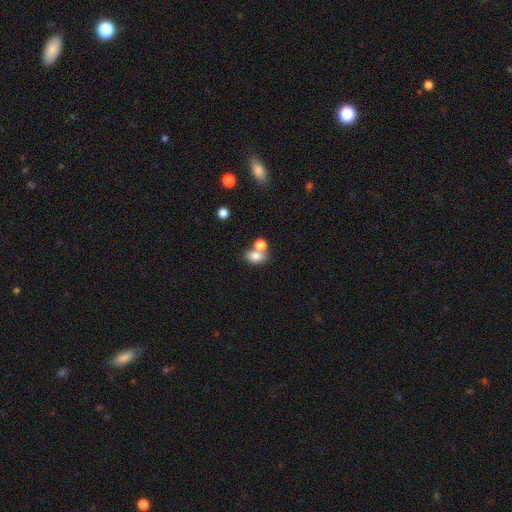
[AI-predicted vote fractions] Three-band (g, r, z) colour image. It shows a smooth galaxy with no disk features (80%) that is in between round and cigar-shaped (72%). Merging: none (43%, tied with merger).